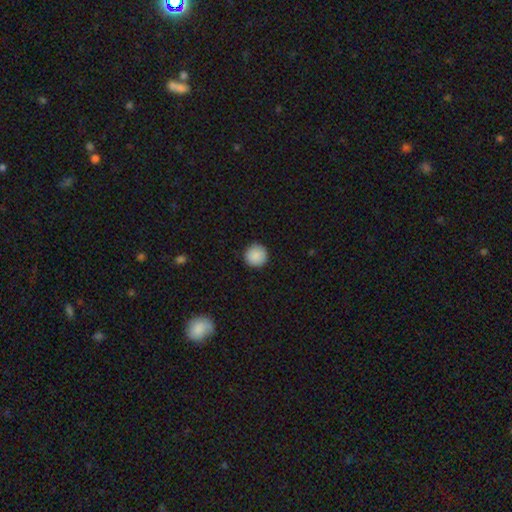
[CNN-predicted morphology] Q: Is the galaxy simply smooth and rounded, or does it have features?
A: smooth — 89%.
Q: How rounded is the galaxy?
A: round — 96%.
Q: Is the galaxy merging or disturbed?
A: none — 92%.